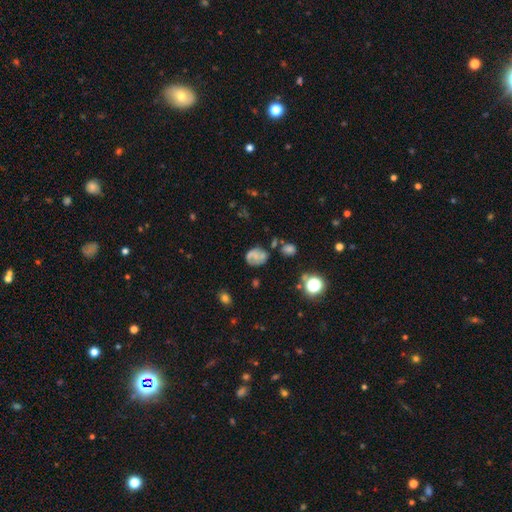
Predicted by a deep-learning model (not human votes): A smooth galaxy with no disk features (53%) that is round (51%).

Vote fractions:
- Smooth or featured? smooth: 53% / featured or disk: 32% / star or artifact: 15%
- How rounded? round: 51% / in between: 48% / cigar-shaped: 1%
- Merging? none: 50% / minor disturbance: 26% / major disturbance: 15% / merger: 9%